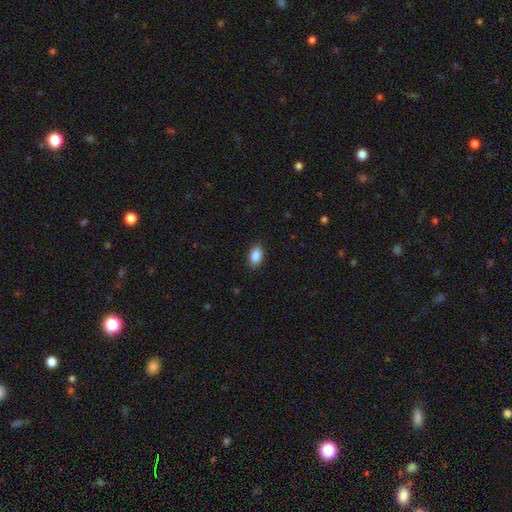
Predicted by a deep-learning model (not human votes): smooth_or_featured: smooth (p=0.90) [alt: star or artifact p=0.07]
how_rounded: in between (p=0.92) [alt: round p=0.05]
merging: none (p=0.88) [alt: minor disturbance p=0.08]